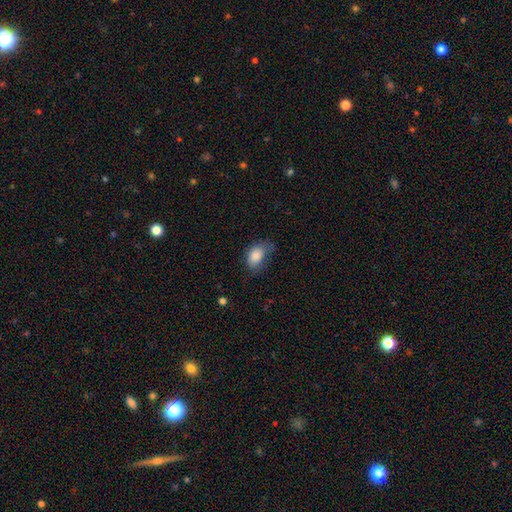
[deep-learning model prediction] Smooth or featured?
  - smooth: 84% *
  - featured or disk: 8%
  - star or artifact: 8%
How rounded?
  - in between: 88% *
  - round: 11%
  - cigar-shaped: 1%
Merging?
  - none: 46% *
  - minor disturbance: 36%
  - major disturbance: 17%
  - merger: 2%